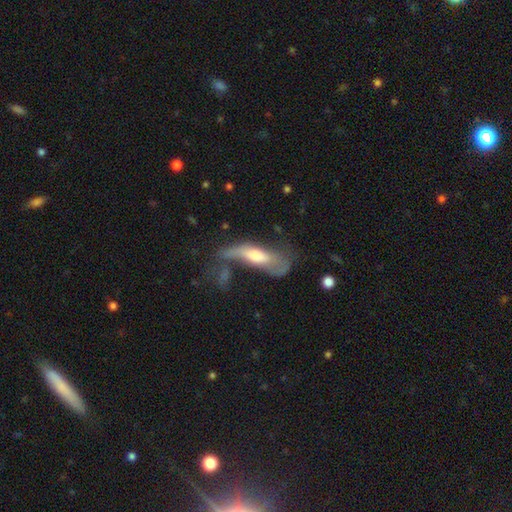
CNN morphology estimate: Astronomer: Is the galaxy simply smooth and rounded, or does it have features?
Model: featured or disk — 51% (runner-up: smooth, 40%).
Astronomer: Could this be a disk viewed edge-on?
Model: no — 60% (runner-up: yes, 40%).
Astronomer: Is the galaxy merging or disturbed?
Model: major disturbance — 38% (runner-up: none, 25%).